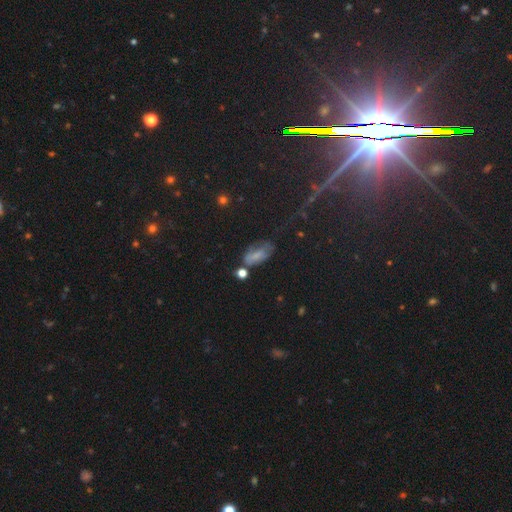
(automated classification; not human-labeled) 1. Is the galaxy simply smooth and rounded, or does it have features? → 57% smooth, 24% featured or disk, 20% star or artifact.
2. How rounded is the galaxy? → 86% in between, 7% round, 7% cigar-shaped.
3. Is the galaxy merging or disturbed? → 42% none, 30% minor disturbance, 19% major disturbance, 8% merger.